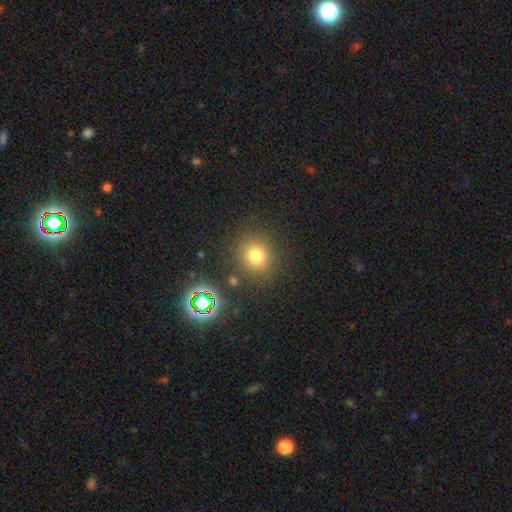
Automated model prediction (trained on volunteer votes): Smooth or featured? Predicted: smooth (p=0.73). How rounded? Predicted: round (p=0.89). Merging? Predicted: none (p=0.84).